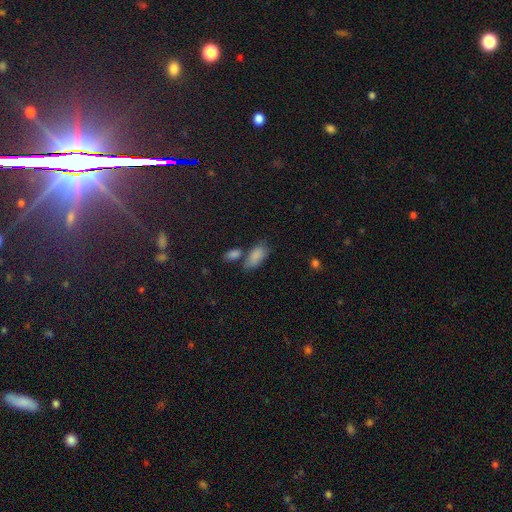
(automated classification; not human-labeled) A smooth galaxy with no disk features (85%) that is in between round and cigar-shaped (91%). Merging: none (51%).